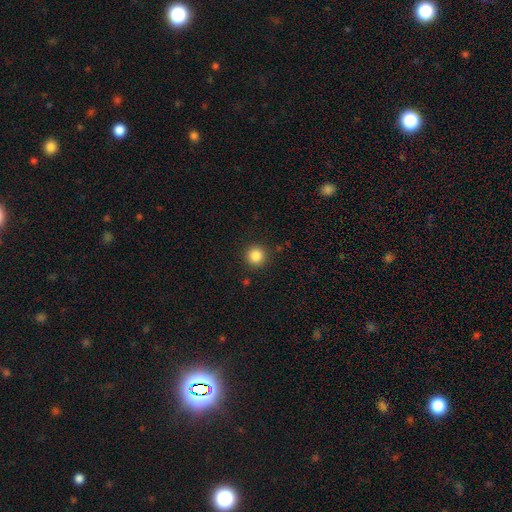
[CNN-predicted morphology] smooth-or-featured: smooth: 85% | star or artifact: 11% | featured or disk: 4%
  how-rounded: round: 95% | in between: 4% | cigar-shaped: 1%
  merging: none: 91% | minor disturbance: 6% | major disturbance: 2% | merger: 1%